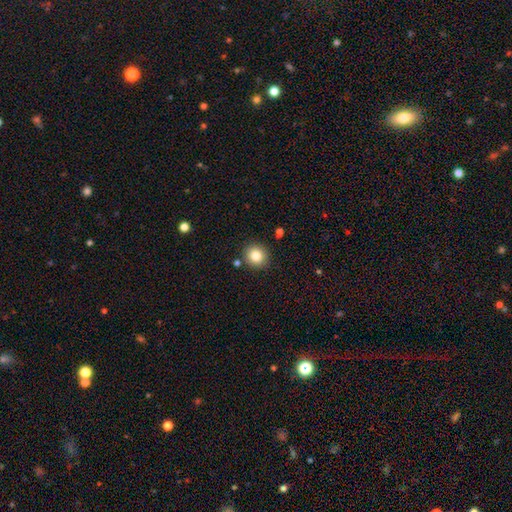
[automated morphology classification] smooth_or_featured: smooth (p=0.83) [alt: star or artifact p=0.10]
how_rounded: round (p=0.86) [alt: in between p=0.13]
merging: none (p=0.86) [alt: minor disturbance p=0.08]